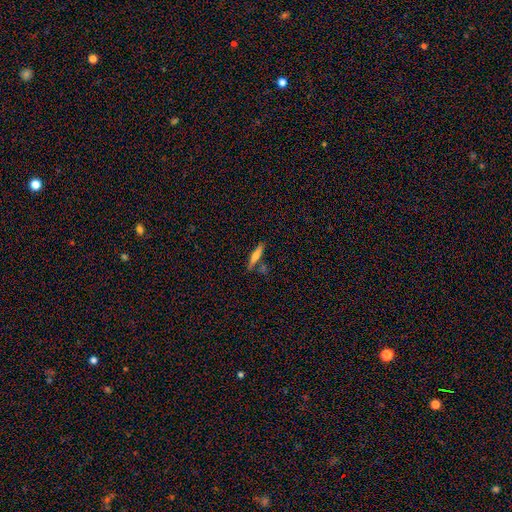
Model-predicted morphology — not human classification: This appears to be a smooth galaxy with no disk features (47%). Merging: none (74%).